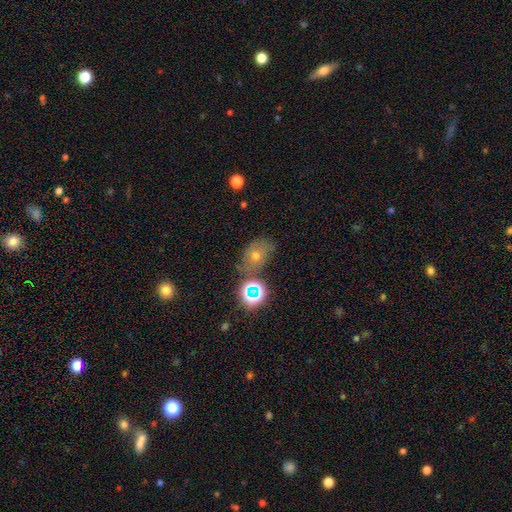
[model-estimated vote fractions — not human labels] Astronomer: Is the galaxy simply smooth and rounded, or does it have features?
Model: smooth — 47% (runner-up: star or artifact, 31%).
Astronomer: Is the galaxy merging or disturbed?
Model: none — 62%.